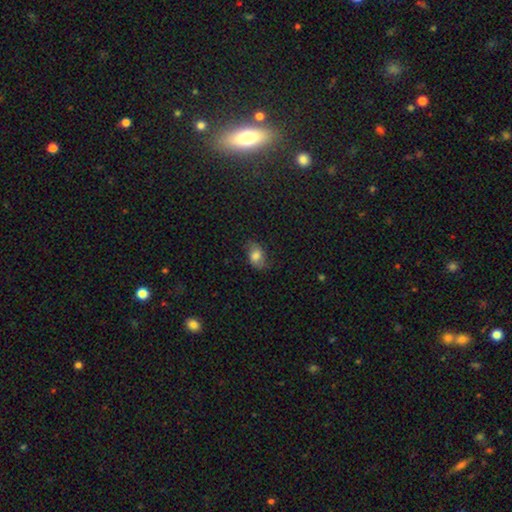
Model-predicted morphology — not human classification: smooth_or_featured: smooth (p=0.74) [alt: featured or disk p=0.16]
how_rounded: in between (p=0.83) [alt: round p=0.15]
merging: none (p=0.70) [alt: minor disturbance p=0.22]